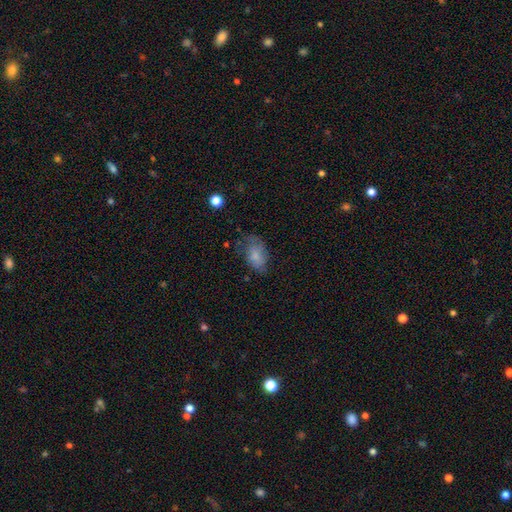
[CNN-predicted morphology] Smooth or featured? Predicted: smooth (p=0.72). How rounded? Predicted: in between (p=0.88). Merging? Predicted: none (p=0.48).